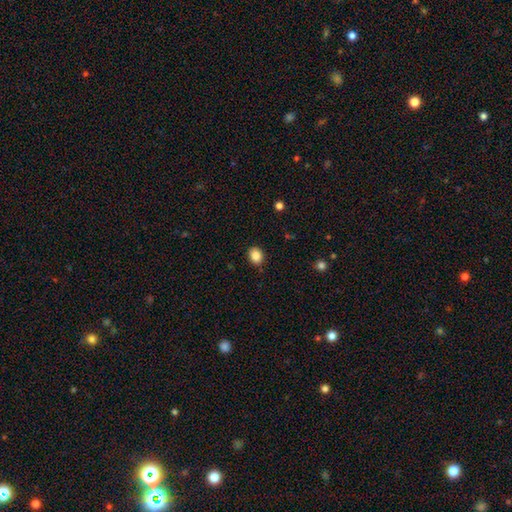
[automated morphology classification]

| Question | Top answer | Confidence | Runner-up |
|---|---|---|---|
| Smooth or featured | smooth | 86% | star or artifact (9%) |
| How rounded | round | 52% | in between (47%) |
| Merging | none | 88% | minor disturbance (8%) |